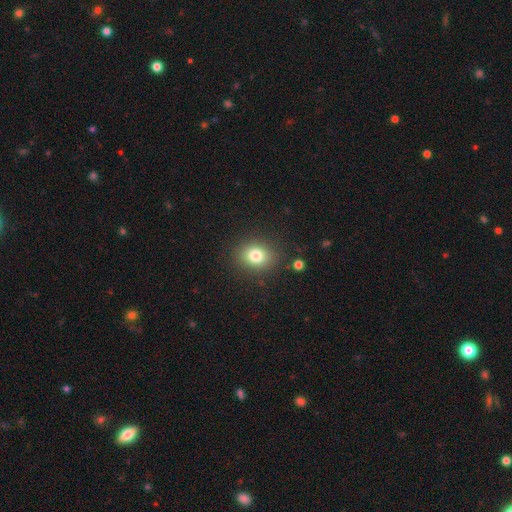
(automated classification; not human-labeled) This appears to be a smooth galaxy with no disk features (80%) that is round (60%). Merging: none (86%).